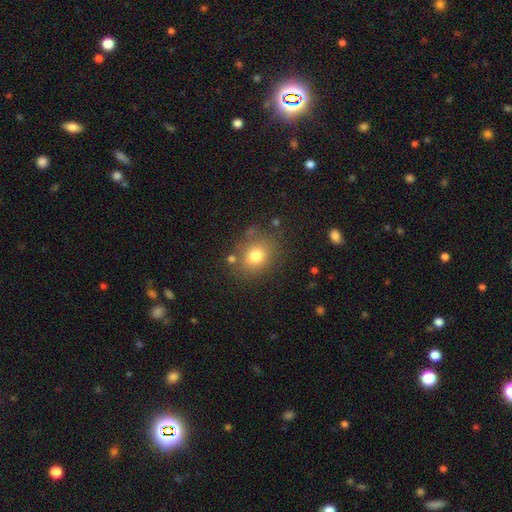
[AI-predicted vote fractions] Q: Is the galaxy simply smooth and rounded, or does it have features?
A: smooth — 76%.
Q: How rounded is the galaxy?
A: round — 62%.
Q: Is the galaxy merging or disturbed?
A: none — 75%.